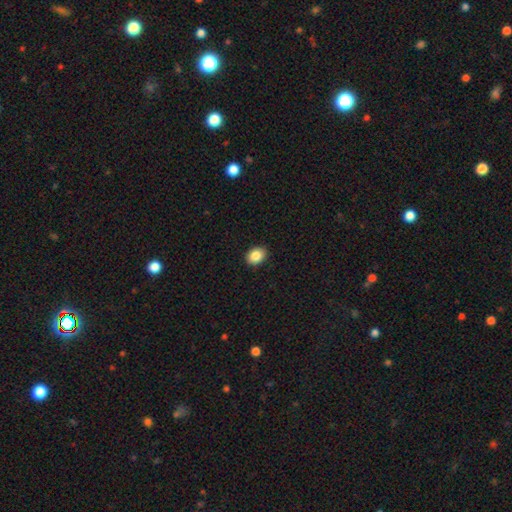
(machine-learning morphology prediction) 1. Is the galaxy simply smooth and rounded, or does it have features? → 87% smooth, 8% star or artifact, 5% featured or disk.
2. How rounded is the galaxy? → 65% in between, 34% round, 1% cigar-shaped.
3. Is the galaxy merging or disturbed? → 91% none, 6% minor disturbance, 2% major disturbance, 1% merger.